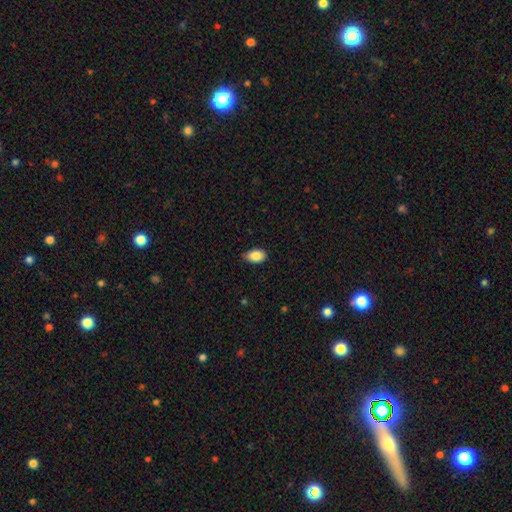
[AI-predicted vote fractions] Smooth or featured: smooth — 87% (star or artifact — 7%)
How rounded: in between — 89% (round — 10%)
Merging: none — 78% (minor disturbance — 18%)